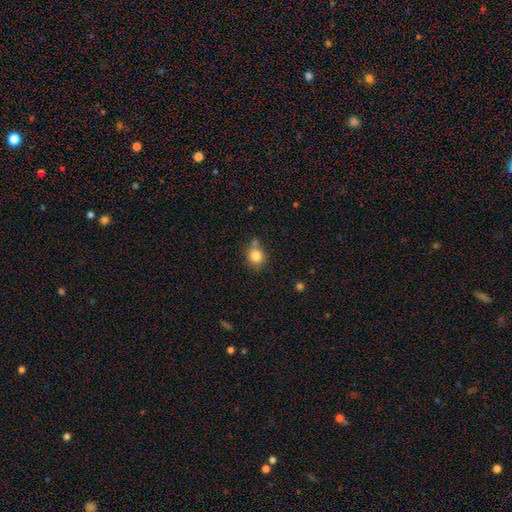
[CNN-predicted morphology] Smooth or featured? smooth (83%)
How rounded? round (72%)
Merging? none (67%)